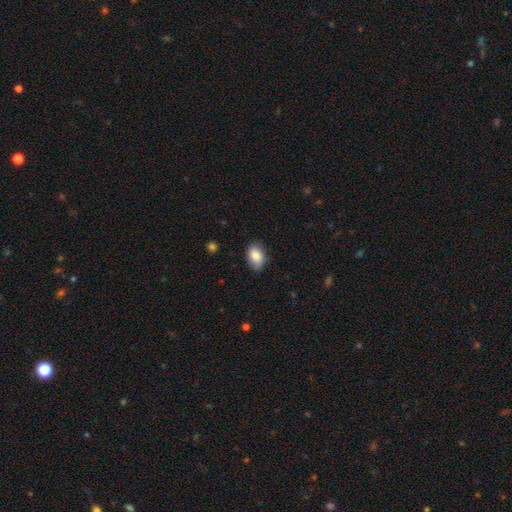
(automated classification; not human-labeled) The model was most divided on "merging": none: 77%, minor disturbance: 18%, major disturbance: 3%, merger: 1%. More confident: smooth or featured — smooth (84%); how rounded — in between (84%).